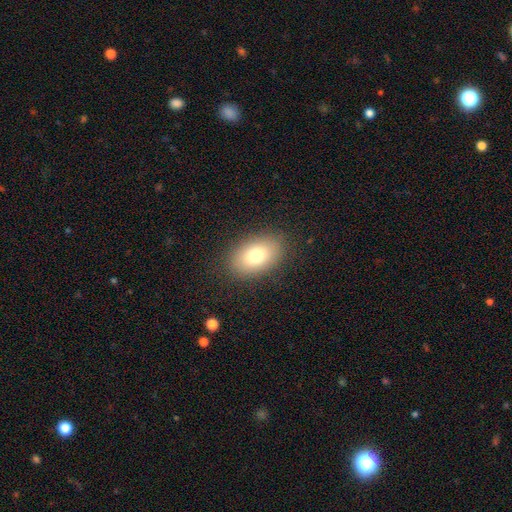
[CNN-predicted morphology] smooth_or_featured: smooth (p=0.78) [alt: featured or disk p=0.13]
how_rounded: in between (p=0.85) [alt: round p=0.14]
merging: none (p=0.87) [alt: minor disturbance p=0.09]